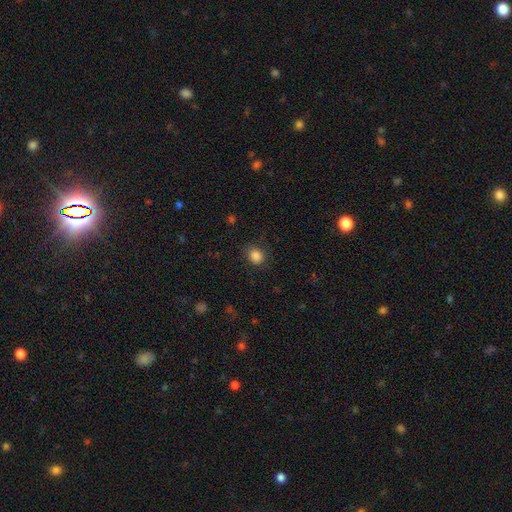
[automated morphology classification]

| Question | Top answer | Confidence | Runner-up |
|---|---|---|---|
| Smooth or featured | smooth | 86% | star or artifact (11%) |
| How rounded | round | 54% | in between (45%) |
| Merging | none | 78% | minor disturbance (15%) |